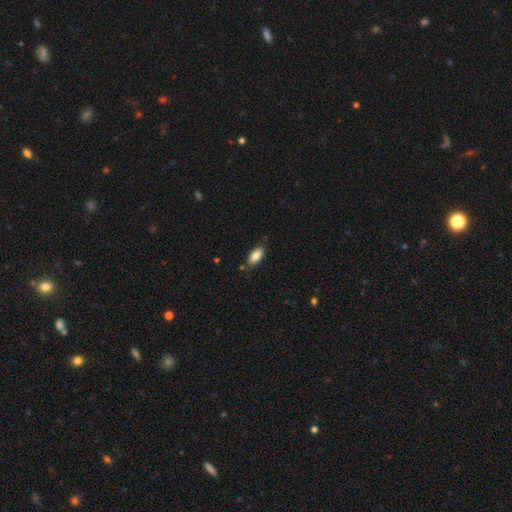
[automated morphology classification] Smooth or featured: smooth — 82% (featured or disk — 11%)
How rounded: in between — 90% (cigar-shaped — 7%)
Merging: none — 77% (minor disturbance — 17%)